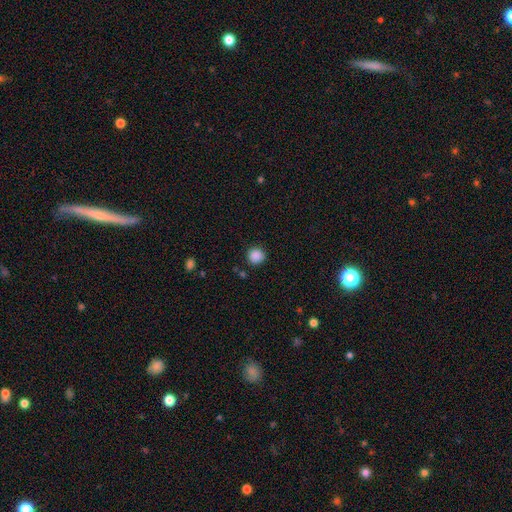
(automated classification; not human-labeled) This appears to be a smooth galaxy with no disk features (87%) that is round (93%). Merging: none (88%).